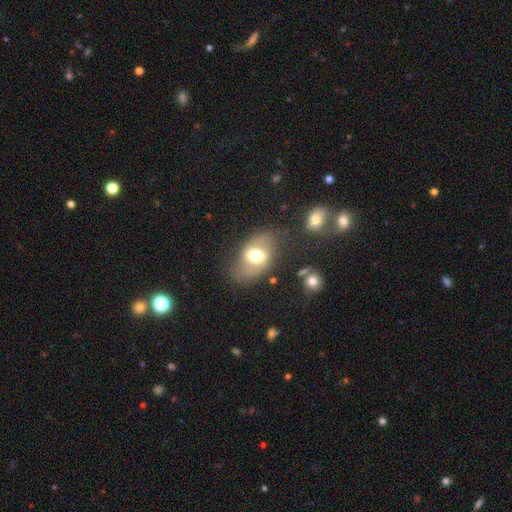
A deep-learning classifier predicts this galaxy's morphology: A smooth galaxy with no disk features (51%) that is in between round and cigar-shaped (83%).

Vote fractions:
- Smooth or featured? smooth: 51% / featured or disk: 41% / star or artifact: 8%
- How rounded? in between: 83% / round: 15% / cigar-shaped: 2%
- Merging? none: 69% / minor disturbance: 19% / major disturbance: 9% / merger: 3%